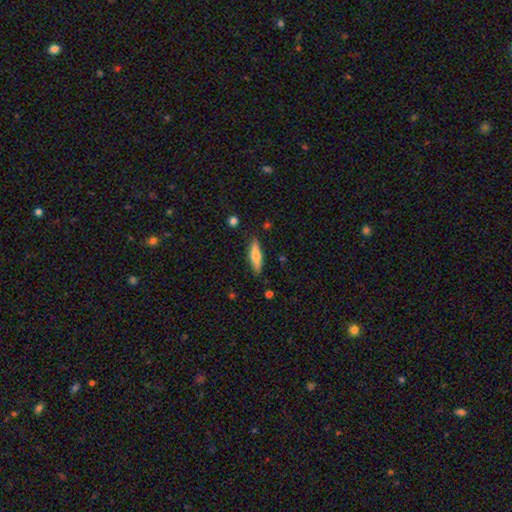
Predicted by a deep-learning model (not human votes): Smooth or featured? smooth (63%)
How rounded? cigar-shaped (62%)
Merging? none (84%)